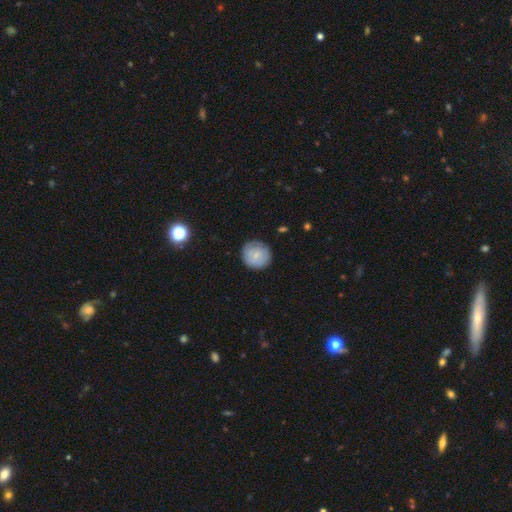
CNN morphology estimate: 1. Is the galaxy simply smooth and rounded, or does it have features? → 67% smooth, 26% featured or disk, 8% star or artifact.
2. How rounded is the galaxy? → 90% round, 9% in between, 1% cigar-shaped.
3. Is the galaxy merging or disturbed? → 82% none, 13% minor disturbance, 3% major disturbance, 1% merger.